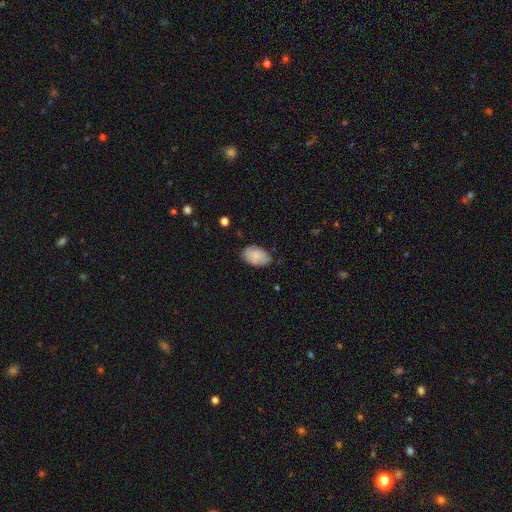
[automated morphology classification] type=smooth (83%); roundness=in between (93%); merging=none (76%).